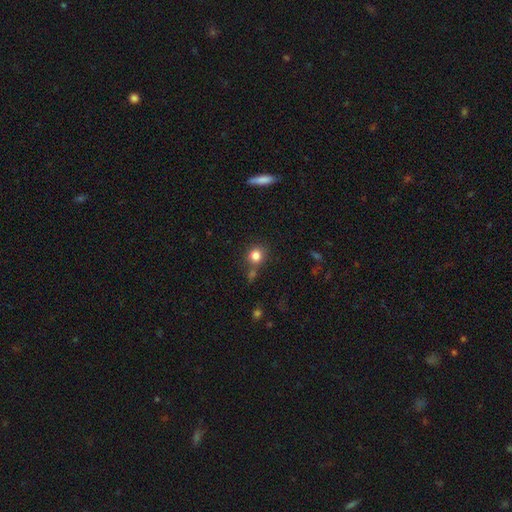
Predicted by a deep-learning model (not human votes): smooth-or-featured: smooth: 82% | star or artifact: 11% | featured or disk: 7%
  how-rounded: round: 85% | in between: 14% | cigar-shaped: 1%
  merging: none: 70% | merger: 15% | minor disturbance: 12% | major disturbance: 4%